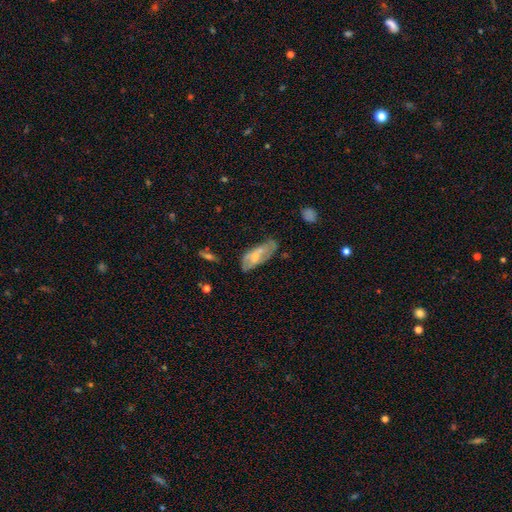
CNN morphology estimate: This is possibly a featured or disk galaxy (47%). Merging: possibly none (51%).